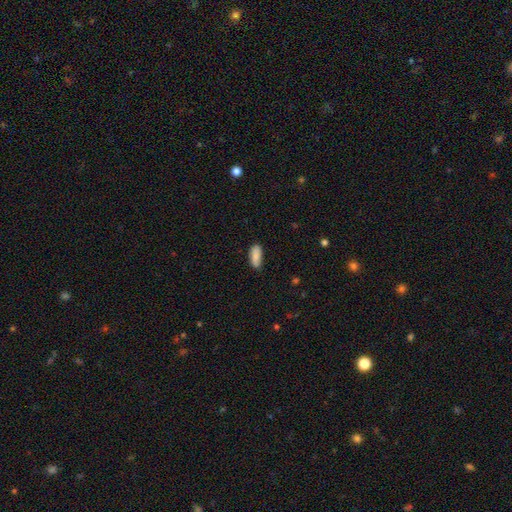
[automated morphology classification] Q: Smooth or featured?
A: smooth (87%); runner-up: star or artifact (7%)
Q: How rounded?
A: in between (81%); runner-up: cigar-shaped (17%)
Q: Merging?
A: none (73%); runner-up: minor disturbance (22%)